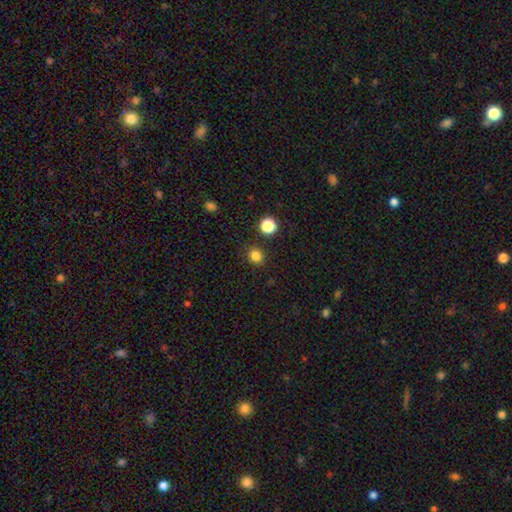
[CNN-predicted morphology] smooth 82%, star or artifact 14%, featured or disk 4%. Down the decision tree: how rounded — round (82%); merging — none (88%).